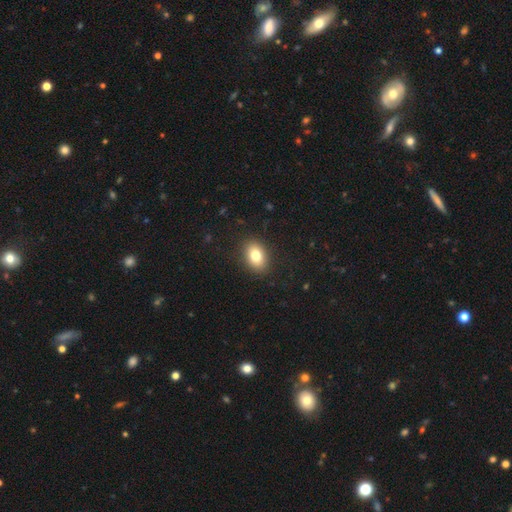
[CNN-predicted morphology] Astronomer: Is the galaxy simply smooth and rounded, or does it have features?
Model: smooth — 79%.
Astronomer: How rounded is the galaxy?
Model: in between — 79%.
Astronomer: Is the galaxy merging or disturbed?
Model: none — 88%.